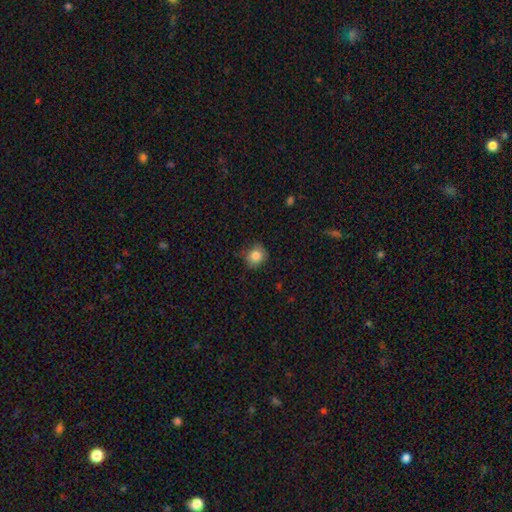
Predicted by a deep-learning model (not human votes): smooth-or-featured: smooth: 83% | star or artifact: 10% | featured or disk: 7%
  how-rounded: round: 78% | in between: 21% | cigar-shaped: 1%
  merging: none: 78% | minor disturbance: 18% | major disturbance: 3% | merger: 1%